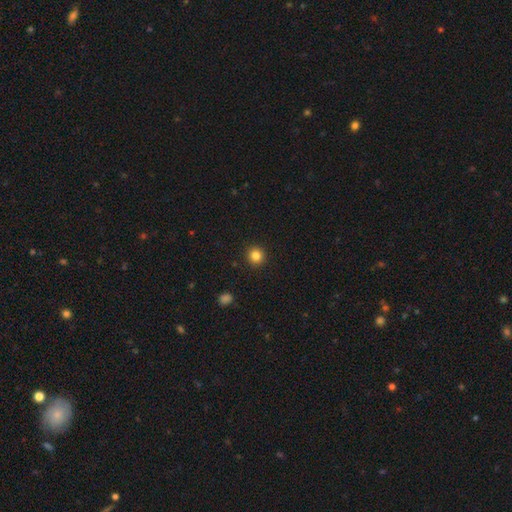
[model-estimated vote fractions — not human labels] Smooth or featured: smooth — 84% (star or artifact — 11%)
How rounded: round — 93% (in between — 6%)
Merging: none — 92% (minor disturbance — 5%)